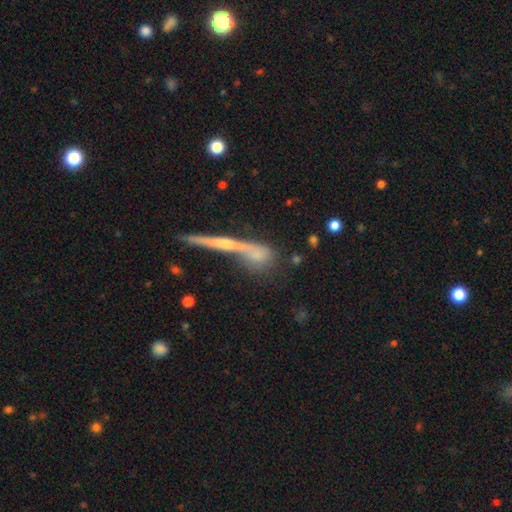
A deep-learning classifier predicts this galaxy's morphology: smooth-or-featured: smooth: 55% | featured or disk: 32% | star or artifact: 13%
  how-rounded: cigar-shaped: 39% | round: 32% | in between: 29%
  merging: none: 49% | merger: 24% | minor disturbance: 16% | major disturbance: 11%